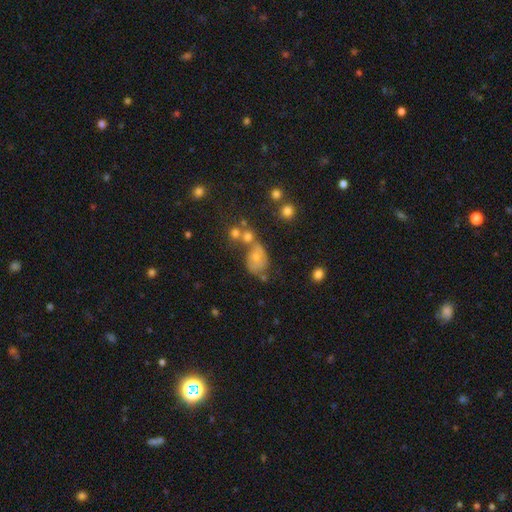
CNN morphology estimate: The model was most divided on "smooth or featured": star or artifact: 36%, featured or disk: 33%, smooth: 31%.